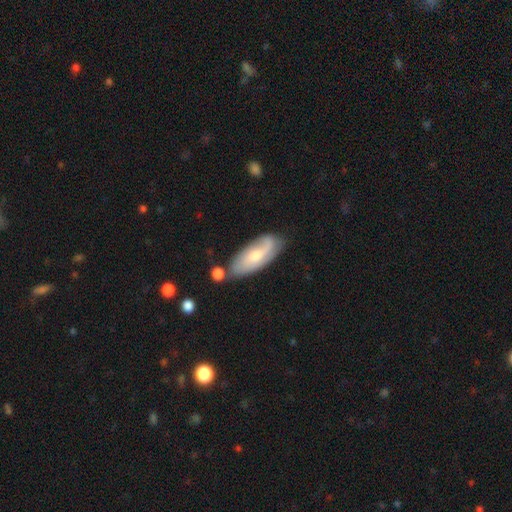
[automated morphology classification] Smooth or featured?
  - featured or disk: 48% *
  - smooth: 46%
  - star or artifact: 6%
Merging?
  - none: 63% *
  - minor disturbance: 22%
  - merger: 9%
  - major disturbance: 6%